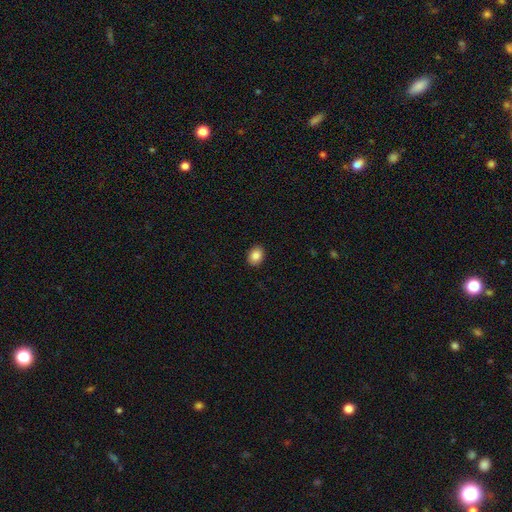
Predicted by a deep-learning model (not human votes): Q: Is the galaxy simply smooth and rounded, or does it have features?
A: smooth — 87%.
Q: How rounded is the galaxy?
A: in between — 56%.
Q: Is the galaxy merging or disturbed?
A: none — 91%.